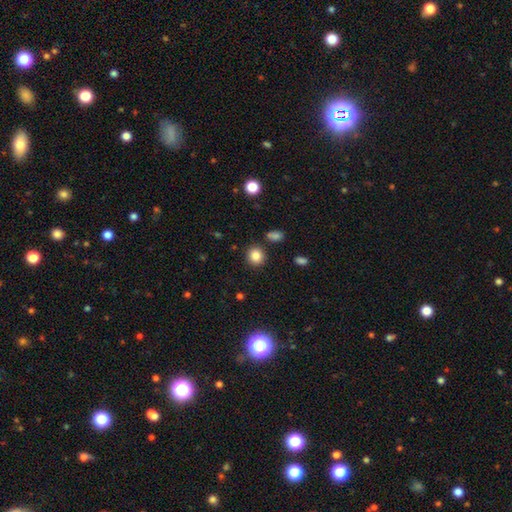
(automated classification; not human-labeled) smooth-or-featured: smooth: 85% | star or artifact: 10% | featured or disk: 5%
  how-rounded: round: 87% | in between: 12% | cigar-shaped: 1%
  merging: none: 86% | minor disturbance: 8% | merger: 4% | major disturbance: 3%